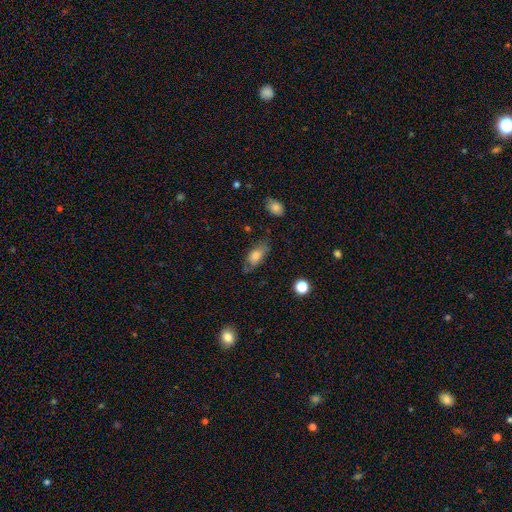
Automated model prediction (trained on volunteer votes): smooth 68%, featured or disk 23%, star or artifact 9%. Down the decision tree: how rounded — in between (83%); merging — none (66%).